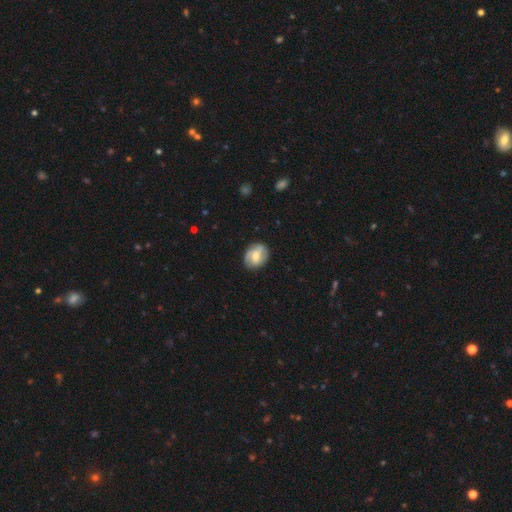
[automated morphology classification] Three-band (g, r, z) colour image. It shows a featured or disk galaxy (57%) with a weak bar (46%), spiral arms (83%) and a moderate central bulge (55%). Merging: none (79%).